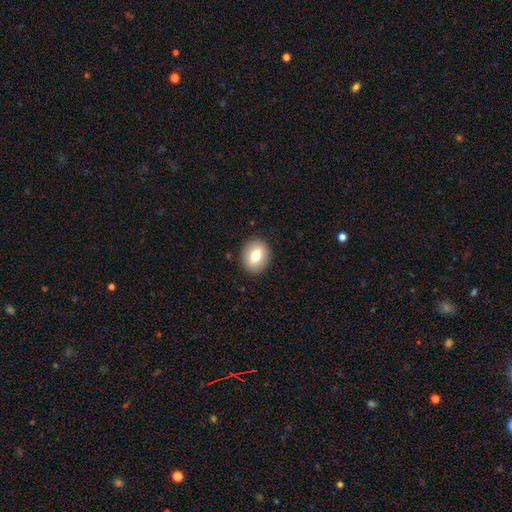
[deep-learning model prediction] This is likely a smooth galaxy (76%). How rounded: possibly round (53%). Merging: clearly none (89%).